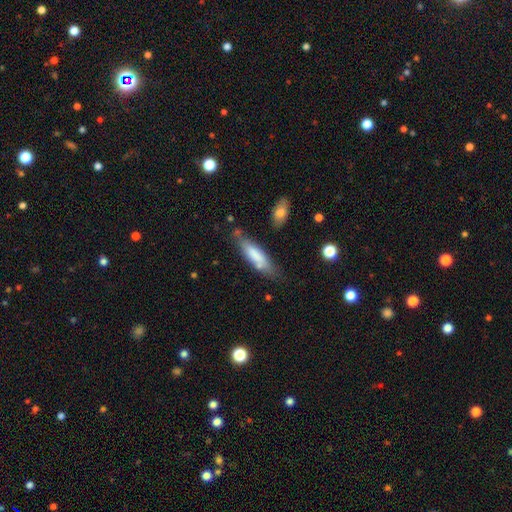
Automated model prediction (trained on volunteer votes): A smooth galaxy with no disk features (75%) that is cigar-shaped (62%). Merging: none (64%).